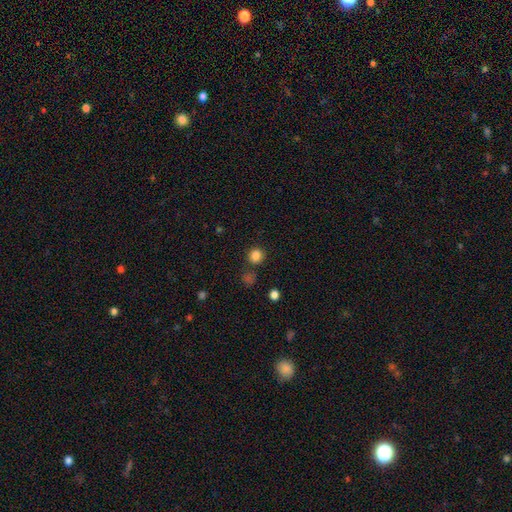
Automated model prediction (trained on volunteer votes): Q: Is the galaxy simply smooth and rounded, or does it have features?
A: smooth — 83%.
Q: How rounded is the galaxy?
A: round — 89%.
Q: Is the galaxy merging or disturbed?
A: none — 80%.